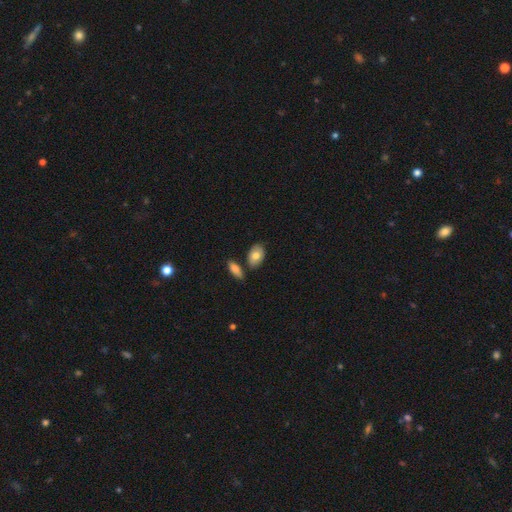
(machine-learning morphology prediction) smooth-or-featured: smooth: 76% | featured or disk: 18% | star or artifact: 6%
  how-rounded: in between: 90% | round: 7% | cigar-shaped: 3%
  merging: none: 73% | minor disturbance: 13% | merger: 12% | major disturbance: 3%